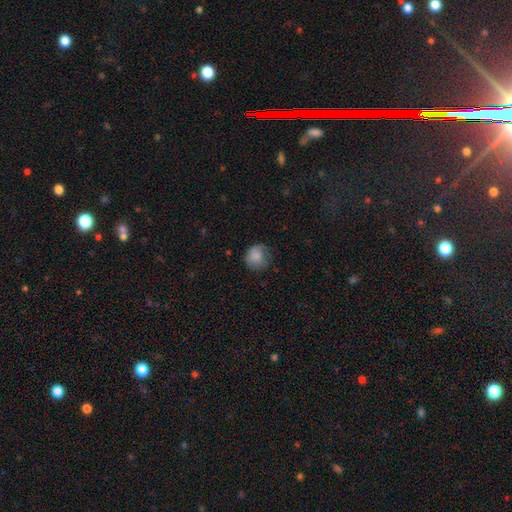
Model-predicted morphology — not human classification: Smooth or featured?
  - smooth: 79% *
  - featured or disk: 13%
  - star or artifact: 8%
How rounded?
  - round: 86% *
  - in between: 13%
  - cigar-shaped: 1%
Merging?
  - none: 64% *
  - minor disturbance: 25%
  - major disturbance: 10%
  - merger: 1%